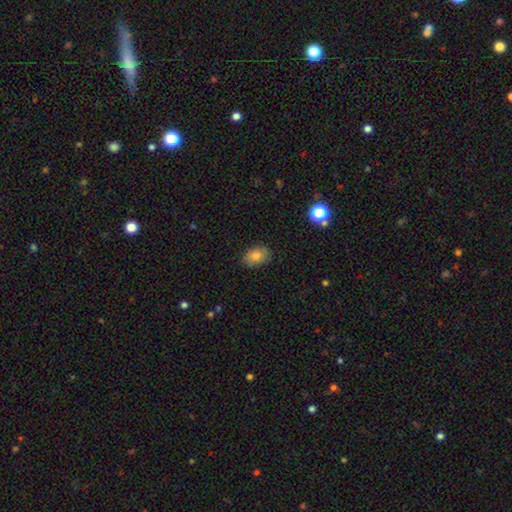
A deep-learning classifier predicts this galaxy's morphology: type=smooth (82%); roundness=in between (84%); merging=none (84%).